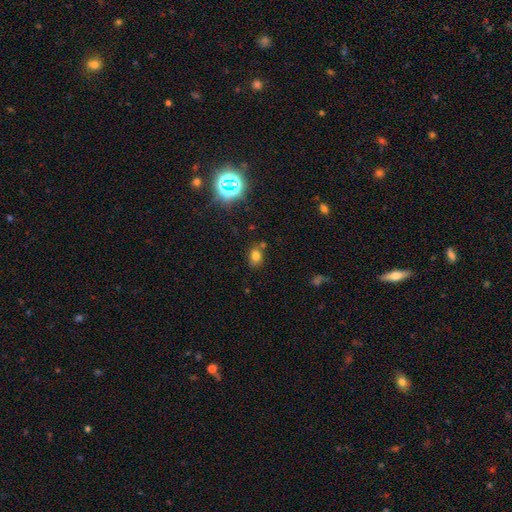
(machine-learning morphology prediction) Q: Smooth or featured?
A: smooth (72%); runner-up: star or artifact (19%)
Q: How rounded?
A: in between (62%); runner-up: round (36%)
Q: Merging?
A: none (70%); runner-up: minor disturbance (15%)